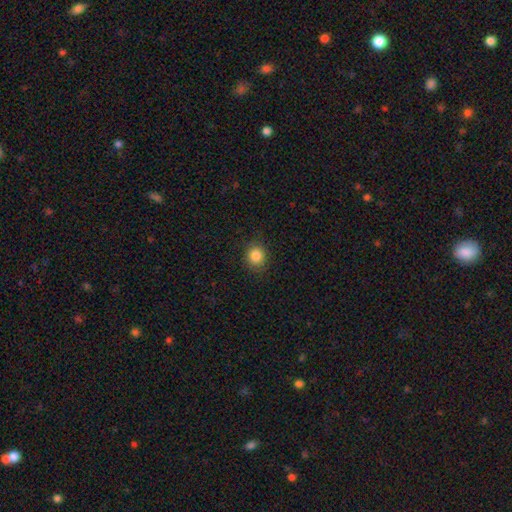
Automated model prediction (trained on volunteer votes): Smooth or featured: smooth — 86% (star or artifact — 10%)
How rounded: round — 79% (in between — 20%)
Merging: none — 87% (minor disturbance — 9%)